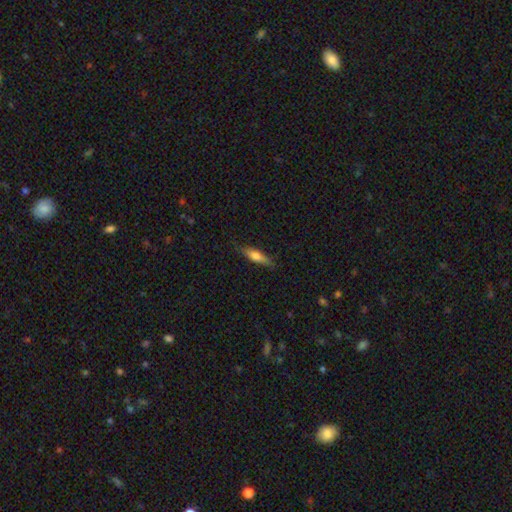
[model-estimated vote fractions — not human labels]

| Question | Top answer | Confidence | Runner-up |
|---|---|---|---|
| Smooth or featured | smooth | 57% | featured or disk (37%) |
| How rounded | cigar-shaped | 68% | in between (30%) |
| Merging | none | 82% | minor disturbance (14%) |